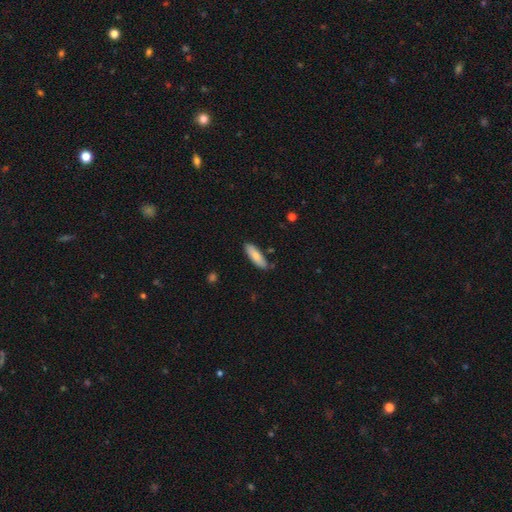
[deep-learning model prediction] Smooth or featured?
  - smooth: 79% *
  - featured or disk: 15%
  - star or artifact: 6%
How rounded?
  - in between: 53% *
  - cigar-shaped: 45%
  - round: 2%
Merging?
  - none: 82% *
  - minor disturbance: 13%
  - merger: 3%
  - major disturbance: 2%